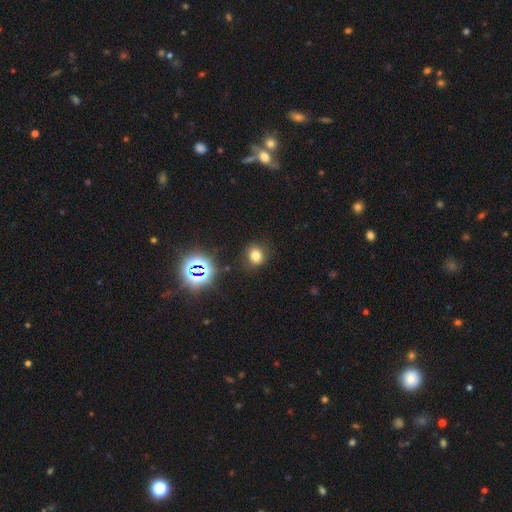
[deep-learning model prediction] Overall: smooth (72%). How rounded: round (72%). Merging: none (82%).